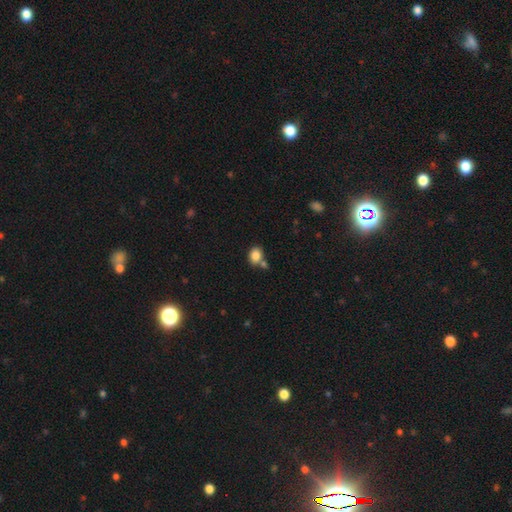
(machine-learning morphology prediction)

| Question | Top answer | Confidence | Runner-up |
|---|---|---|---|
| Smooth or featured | smooth | 85% | star or artifact (9%) |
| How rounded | in between | 57% | round (42%) |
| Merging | none | 57% | merger (26%) |